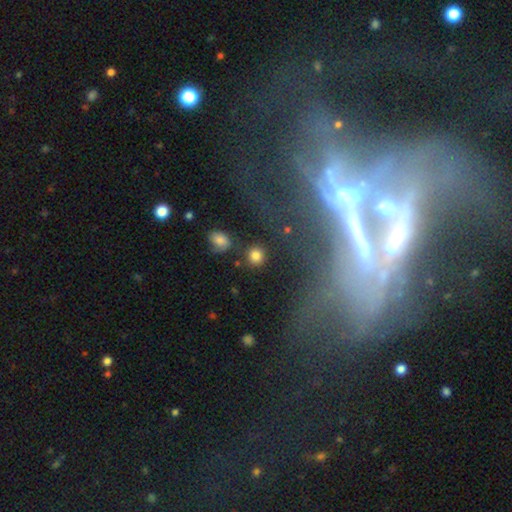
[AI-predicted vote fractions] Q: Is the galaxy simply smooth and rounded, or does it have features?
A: smooth — 81%.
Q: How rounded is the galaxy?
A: round — 91%.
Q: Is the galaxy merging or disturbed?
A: none — 84%.